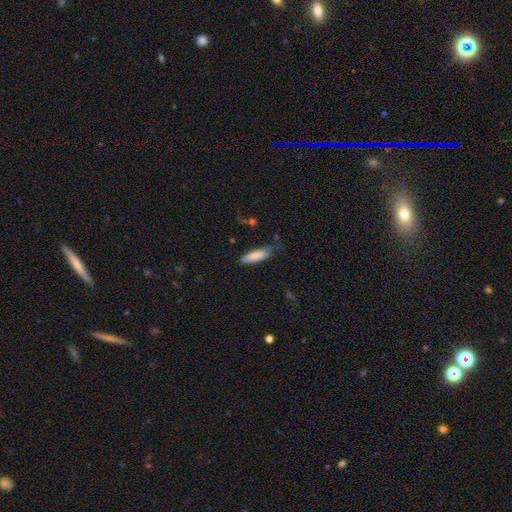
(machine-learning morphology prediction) smooth 82%, featured or disk 12%, star or artifact 6%. Down the decision tree: how rounded — cigar-shaped (53%); merging — none (64%).